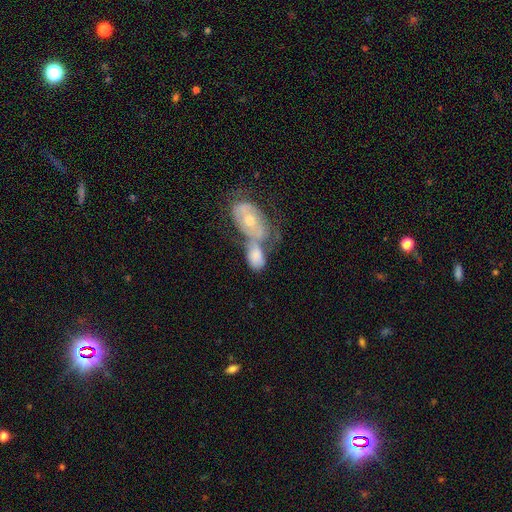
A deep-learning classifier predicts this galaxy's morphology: A smooth galaxy with no disk features (53%) that is in between round and cigar-shaped (89%). Merging: merger (68%).